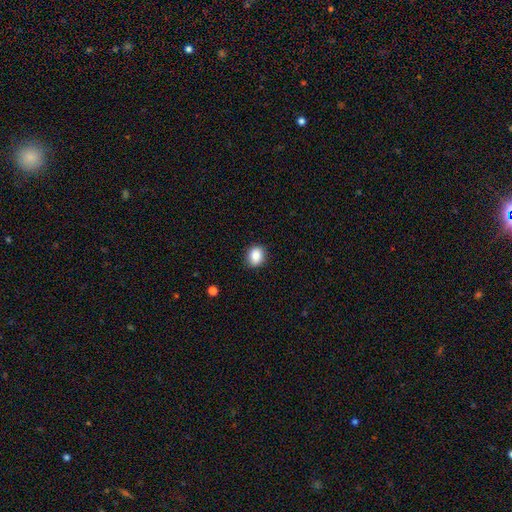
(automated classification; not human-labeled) smooth_or_featured: smooth (p=0.86) [alt: star or artifact p=0.09]
how_rounded: round (p=0.58) [alt: in between p=0.41]
merging: none (p=0.87) [alt: minor disturbance p=0.09]